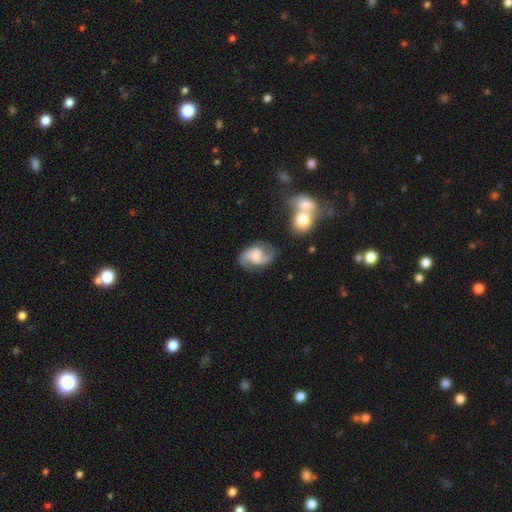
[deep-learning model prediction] Smooth or featured? featured or disk (74%)
Edge-on disk? no (98%)
Bar? no (50%)
Spiral arms? yes (94%)
Spiral winding? medium (46%)
Spiral arm count? 2 (90%)
Bulge size? moderate (36%)
Merging? none (71%)